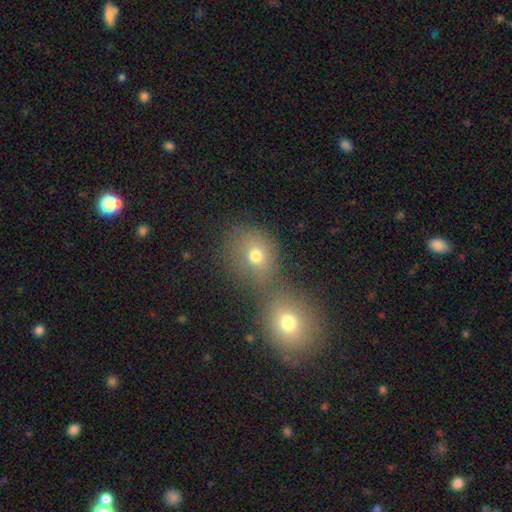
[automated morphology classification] A smooth galaxy with no disk features (72%) that is round (66%).

Vote fractions:
- Smooth or featured? smooth: 72% / star or artifact: 15% / featured or disk: 13%
- How rounded? round: 66% / in between: 33% / cigar-shaped: 1%
- Merging? merger: 51% / none: 37% / minor disturbance: 7% / major disturbance: 4%